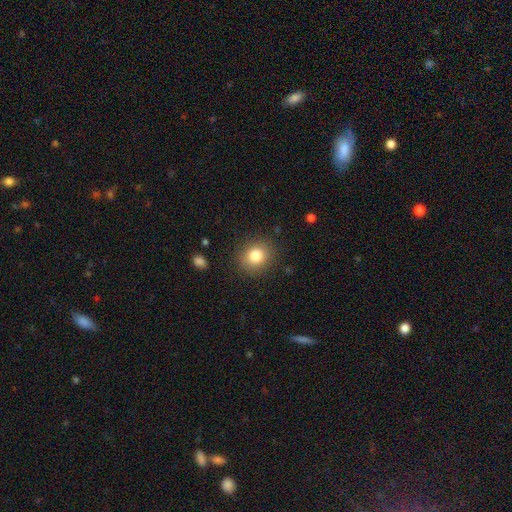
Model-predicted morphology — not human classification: Smooth or featured: smooth — 81% (star or artifact — 11%)
How rounded: round — 74% (in between — 25%)
Merging: none — 88% (minor disturbance — 8%)